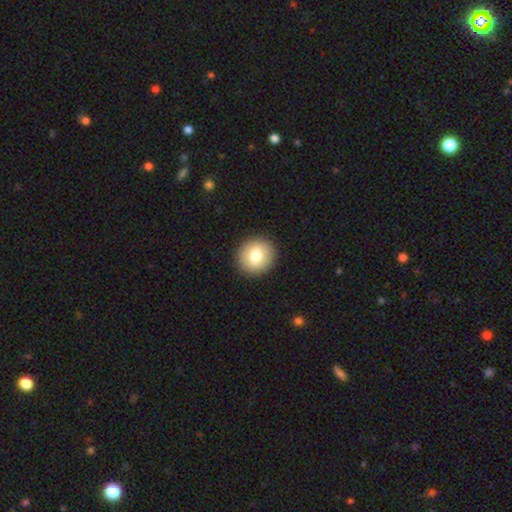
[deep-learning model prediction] Overall: smooth (80%). How rounded: round (86%). Merging: none (92%).